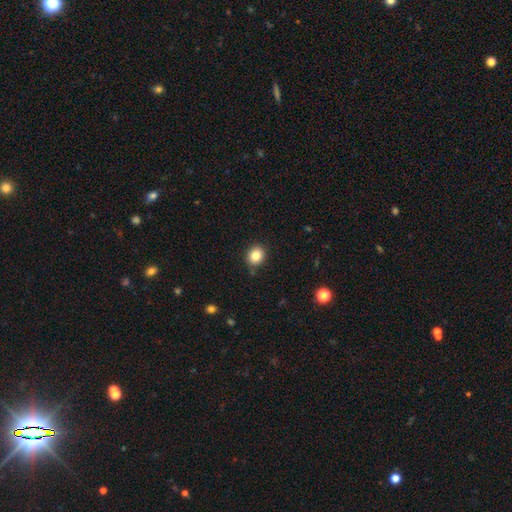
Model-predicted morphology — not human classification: This is clearly a smooth galaxy (83%). How rounded: likely round (74%). Merging: clearly none (87%).